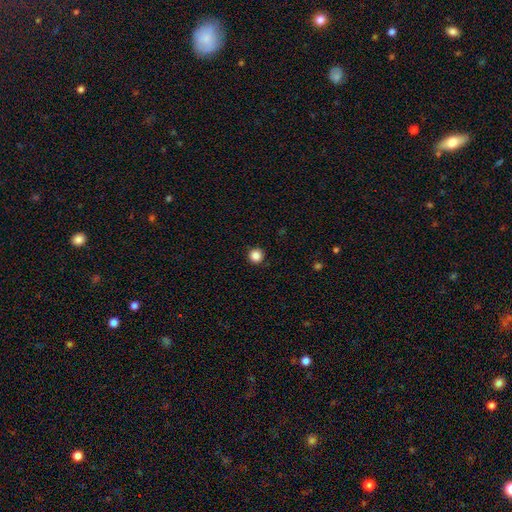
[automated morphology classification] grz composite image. It shows a smooth galaxy with no disk features (86%) that is round (96%). Merging: none (93%).